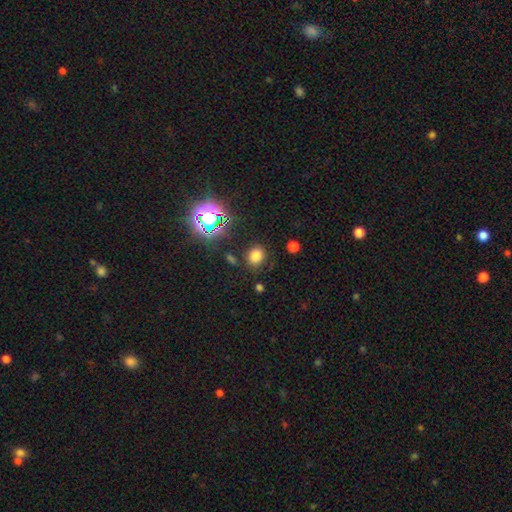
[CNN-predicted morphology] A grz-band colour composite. It shows a smooth galaxy with no disk features (73%) that is round (49%, tied with in between). Merging: none (82%).